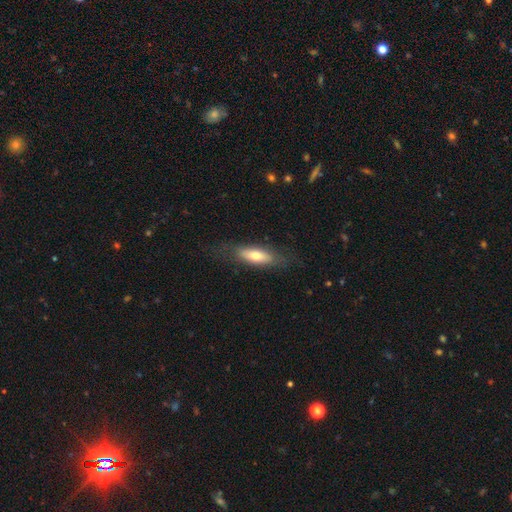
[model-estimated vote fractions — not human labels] Smooth or featured: smooth — 65% (featured or disk — 29%)
How rounded: in between — 60% (cigar-shaped — 38%)
Merging: none — 75% (minor disturbance — 17%)